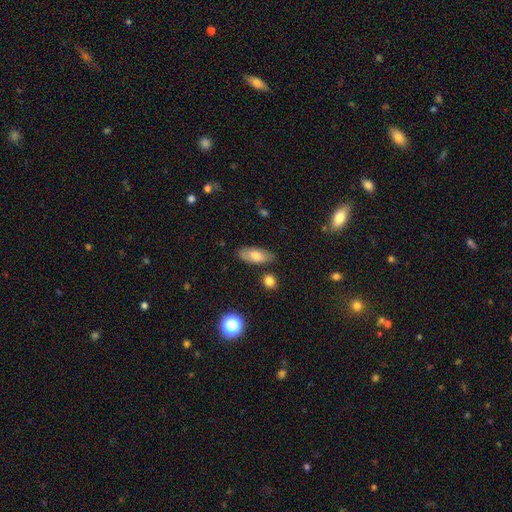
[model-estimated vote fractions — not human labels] The model was most divided on "smooth or featured": smooth: 69%, featured or disk: 23%, star or artifact: 8%. More confident: how rounded — in between (85%); merging — none (80%).